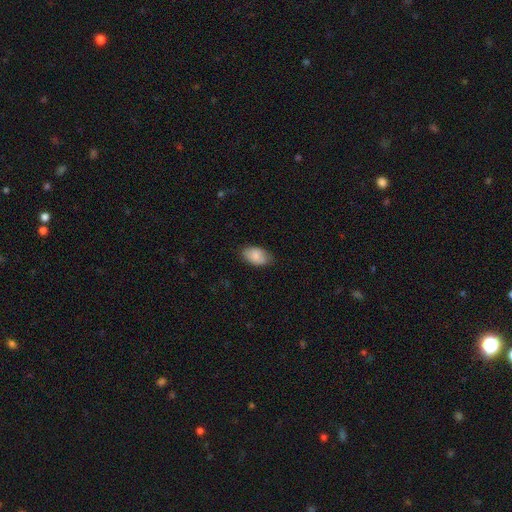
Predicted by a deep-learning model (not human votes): The model was most divided on "merging": none: 76%, minor disturbance: 20%, major disturbance: 4%, merger: 1%. More confident: how rounded — in between (93%); smooth or featured — smooth (83%).